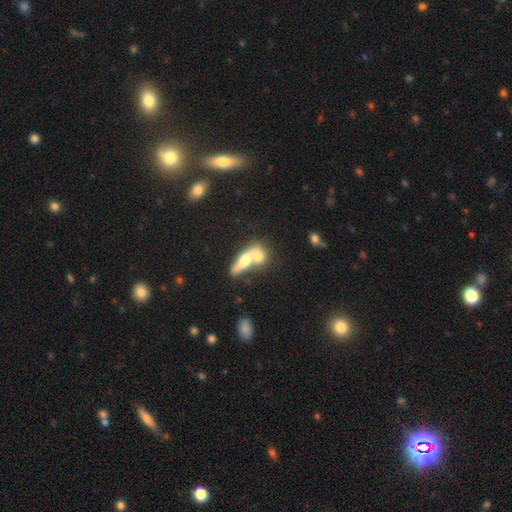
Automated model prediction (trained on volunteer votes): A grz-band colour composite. It shows a smooth galaxy with no disk features (60%) that is in between round and cigar-shaped (58%). Merging: merger (65%).